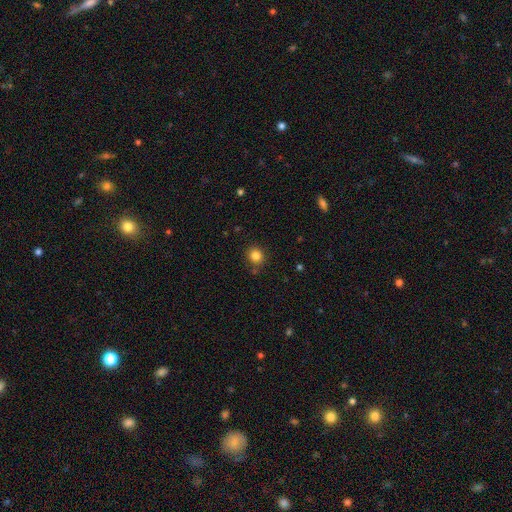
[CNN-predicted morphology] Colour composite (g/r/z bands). It shows a smooth galaxy with no disk features (83%) that is round (87%). Merging: none (85%).